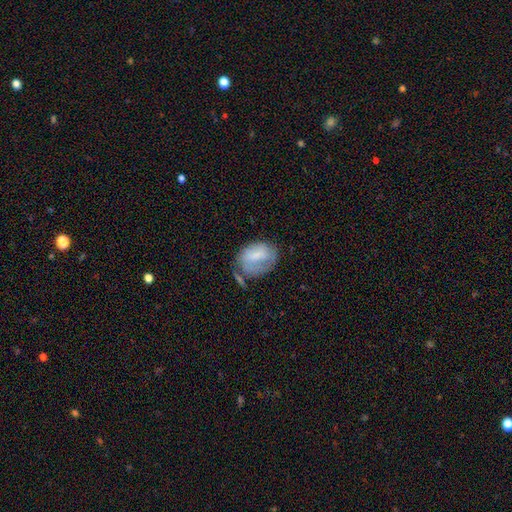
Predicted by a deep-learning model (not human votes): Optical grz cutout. It shows a smooth galaxy with no disk features (64%) that is in between round and cigar-shaped (70%). Merging: none (37%).